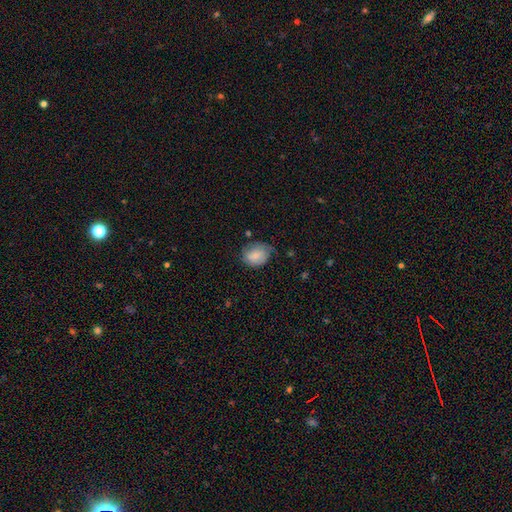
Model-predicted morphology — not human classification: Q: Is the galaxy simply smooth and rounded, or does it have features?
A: smooth — 78%.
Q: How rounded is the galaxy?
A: in between — 51%.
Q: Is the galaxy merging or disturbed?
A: none — 55%.